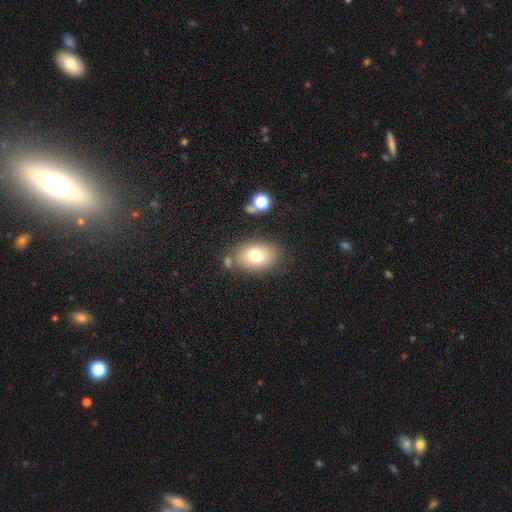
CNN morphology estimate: type=smooth (76%); roundness=in between (78%); merging=none (75%).